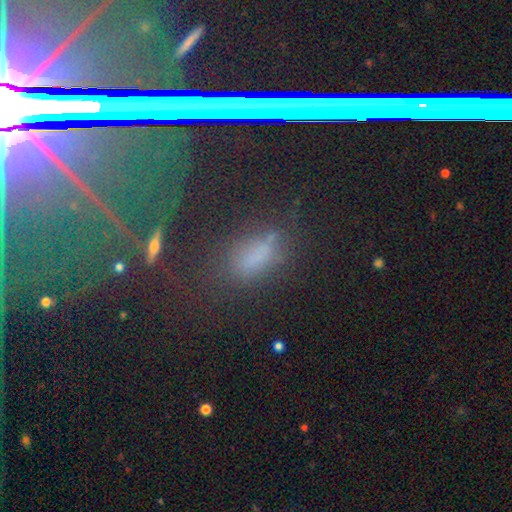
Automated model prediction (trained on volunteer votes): Smooth or featured? Predicted: smooth (p=0.52). How rounded? Predicted: in between (p=0.72). Merging? Predicted: none (p=0.75).